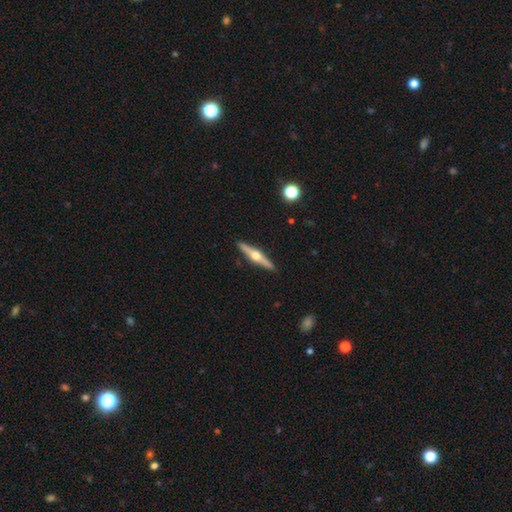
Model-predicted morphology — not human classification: Q: Smooth or featured?
A: featured or disk (72%); runner-up: smooth (22%)
Q: Edge-on disk?
A: yes (97%); runner-up: no (3%)
Q: Edge-on bulge?
A: rounded (96%); runner-up: boxy (2%)
Q: Merging?
A: none (92%); runner-up: minor disturbance (6%)